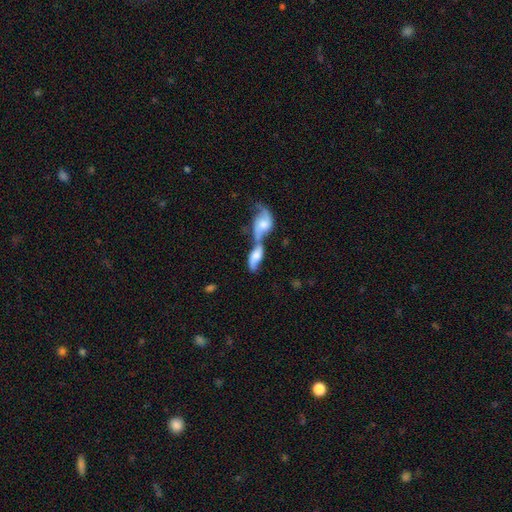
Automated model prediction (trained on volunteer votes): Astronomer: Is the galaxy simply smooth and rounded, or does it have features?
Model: featured or disk — 48% (runner-up: smooth, 45%).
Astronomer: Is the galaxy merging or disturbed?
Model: merger — 80%.